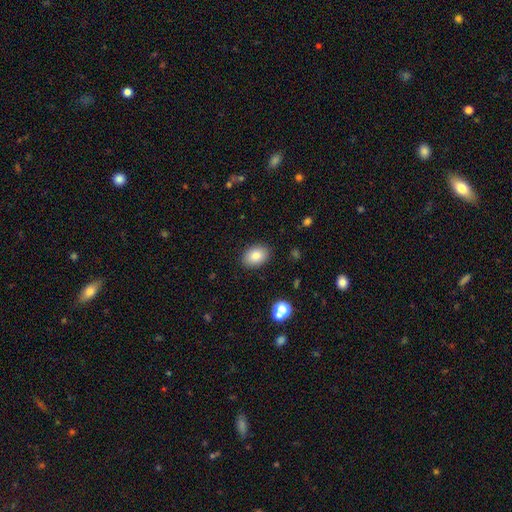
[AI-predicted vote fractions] Smooth or featured?
  - smooth: 85% *
  - star or artifact: 9%
  - featured or disk: 7%
How rounded?
  - in between: 78% *
  - round: 21%
  - cigar-shaped: 1%
Merging?
  - none: 88% *
  - minor disturbance: 9%
  - major disturbance: 2%
  - merger: 1%